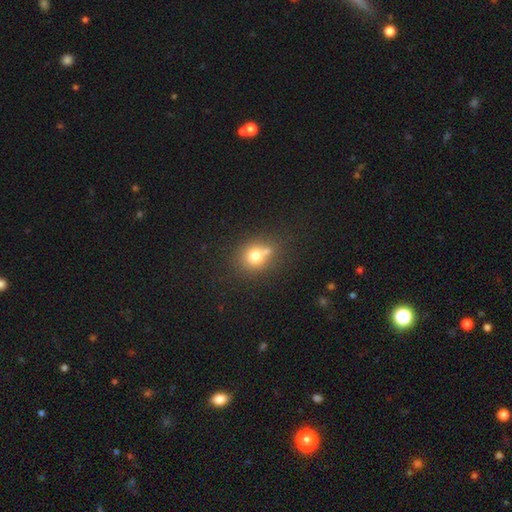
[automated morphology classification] The model was most divided on "merging": none: 50%, merger: 29%, minor disturbance: 15%, major disturbance: 6%. More confident: how rounded — round (75%); smooth or featured — smooth (73%).